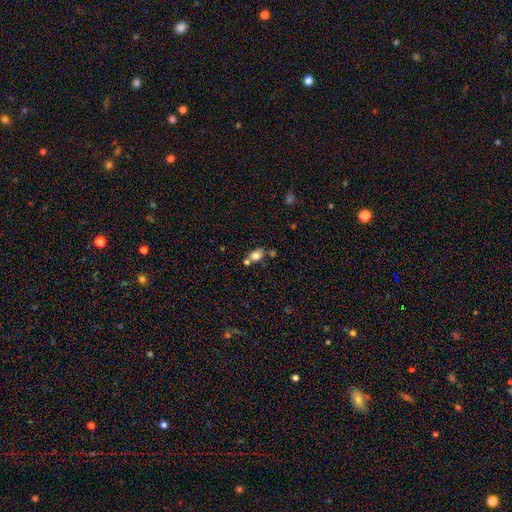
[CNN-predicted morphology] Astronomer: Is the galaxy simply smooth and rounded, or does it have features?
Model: smooth — 76%.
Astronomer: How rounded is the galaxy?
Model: in between — 75%.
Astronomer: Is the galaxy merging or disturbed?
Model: none — 50% (runner-up: merger, 30%).